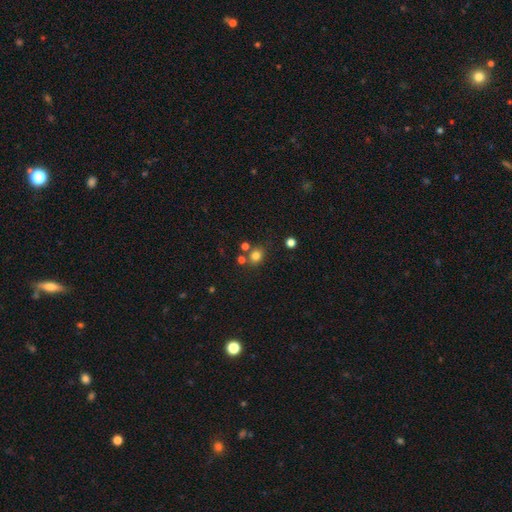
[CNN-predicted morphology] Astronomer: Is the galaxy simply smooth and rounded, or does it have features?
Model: smooth — 77%.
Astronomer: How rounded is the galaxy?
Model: round — 64%.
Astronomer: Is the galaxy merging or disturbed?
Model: none — 68%.